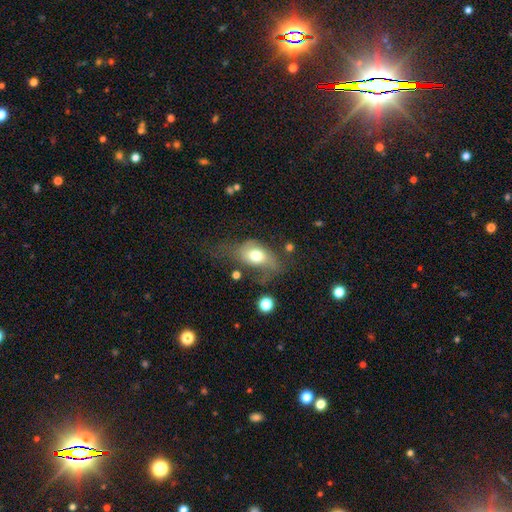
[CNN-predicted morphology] smooth_or_featured: smooth (p=0.62) [alt: featured or disk p=0.29]
how_rounded: in between (p=0.79) [alt: round p=0.19]
merging: major disturbance (p=0.42) [alt: none p=0.26]